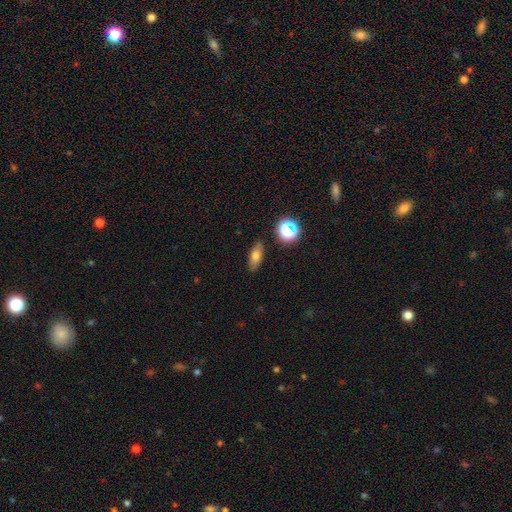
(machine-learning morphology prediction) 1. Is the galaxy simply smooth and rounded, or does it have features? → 69% smooth, 18% featured or disk, 13% star or artifact.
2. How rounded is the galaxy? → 70% in between, 21% cigar-shaped, 9% round.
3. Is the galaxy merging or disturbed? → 86% none, 9% minor disturbance, 2% major disturbance, 2% merger.